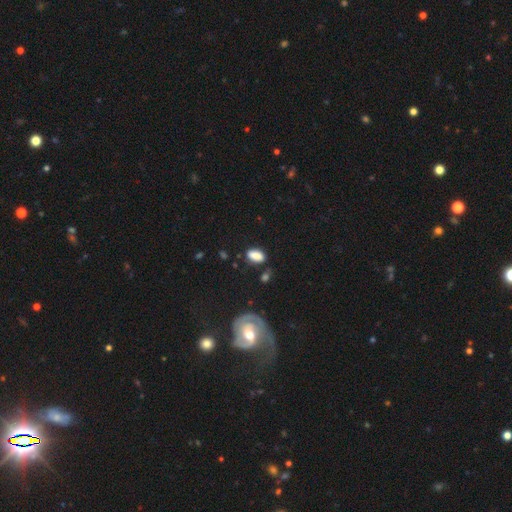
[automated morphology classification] Smooth or featured: smooth — 84% (featured or disk — 9%)
How rounded: in between — 90% (round — 6%)
Merging: none — 73% (minor disturbance — 18%)